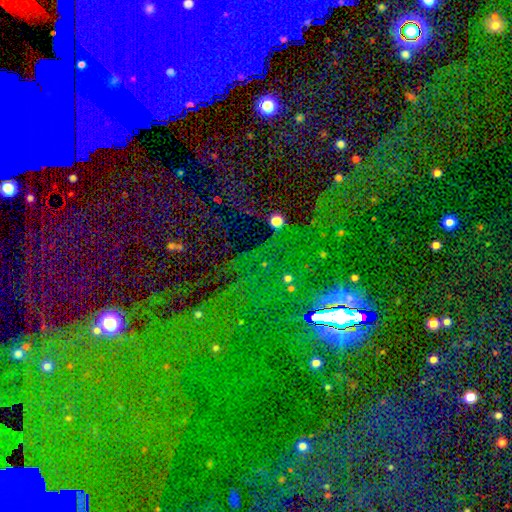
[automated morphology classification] star or artifact 81%, featured or disk 10%, smooth 9%.